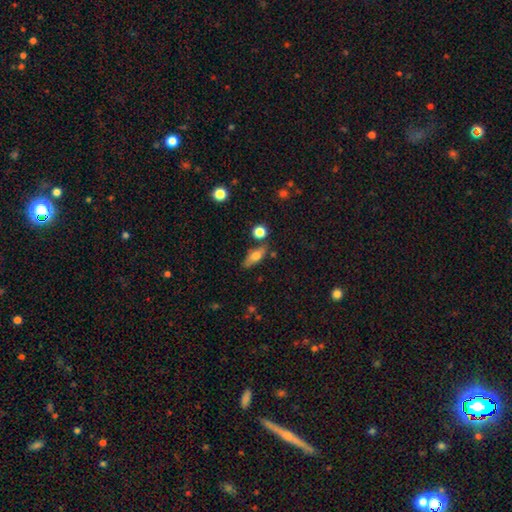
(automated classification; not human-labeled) A smooth galaxy with no disk features (65%) that is in between round and cigar-shaped (64%).

Vote fractions:
- Smooth or featured? smooth: 65% / featured or disk: 27% / star or artifact: 8%
- How rounded? in between: 64% / cigar-shaped: 30% / round: 6%
- Merging? none: 74% / minor disturbance: 15% / merger: 8% / major disturbance: 4%